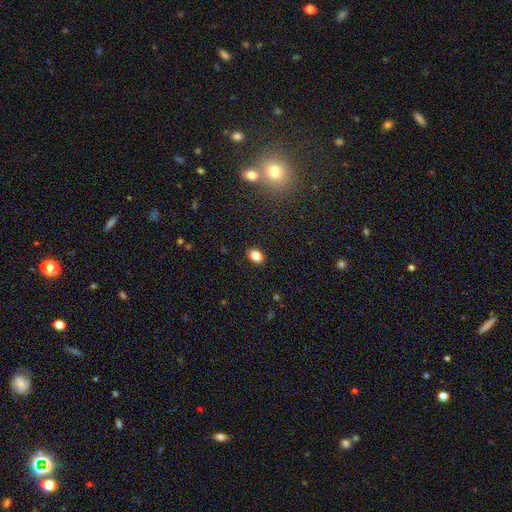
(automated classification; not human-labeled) A smooth galaxy with no disk features (84%) that is in between round and cigar-shaped (82%).

Vote fractions:
- Smooth or featured? smooth: 84% / star or artifact: 10% / featured or disk: 6%
- How rounded? in between: 82% / round: 17% / cigar-shaped: 1%
- Merging? none: 89% / minor disturbance: 8% / major disturbance: 2% / merger: 1%